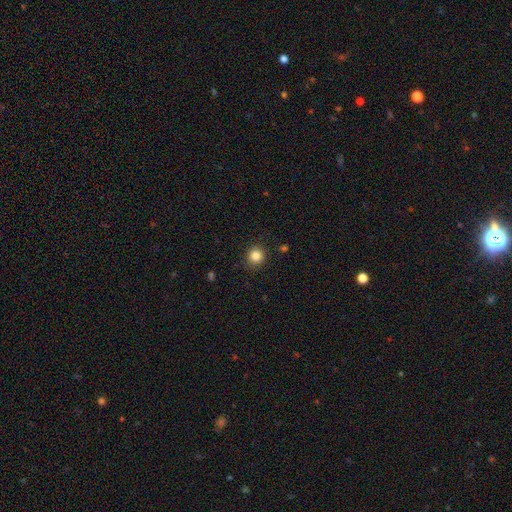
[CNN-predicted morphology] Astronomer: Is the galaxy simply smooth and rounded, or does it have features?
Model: smooth — 84%.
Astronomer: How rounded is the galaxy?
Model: round — 91%.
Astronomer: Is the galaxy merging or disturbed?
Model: none — 90%.